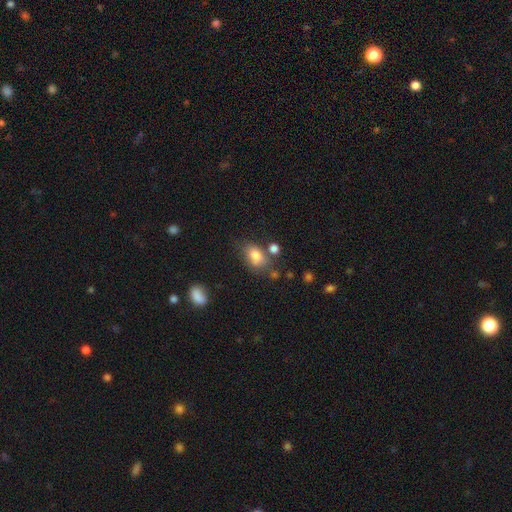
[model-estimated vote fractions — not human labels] Morphology: type=smooth (81%); roundness=in between (83%); merging=none (59%).